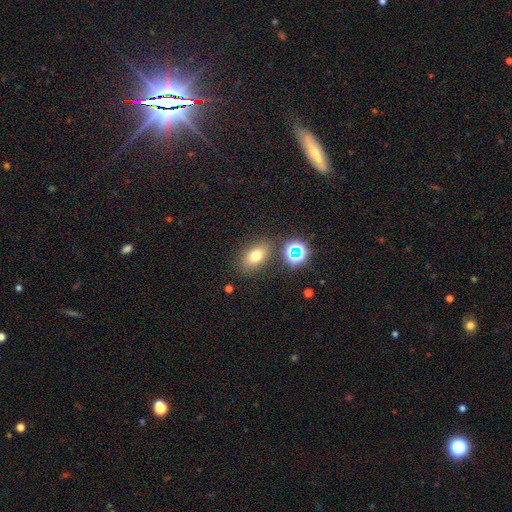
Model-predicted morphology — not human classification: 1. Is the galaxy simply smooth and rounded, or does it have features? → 70% smooth, 18% star or artifact, 13% featured or disk.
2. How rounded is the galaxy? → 77% in between, 19% round, 3% cigar-shaped.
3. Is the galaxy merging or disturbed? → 80% none, 11% minor disturbance, 6% merger, 4% major disturbance.